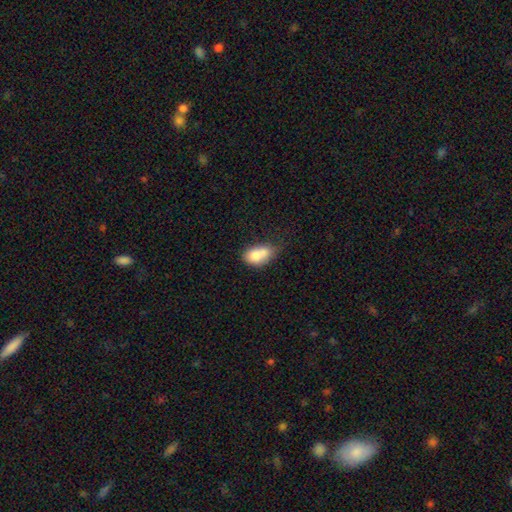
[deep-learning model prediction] Smooth or featured? smooth (77%)
How rounded? in between (86%)
Merging? none (36%)